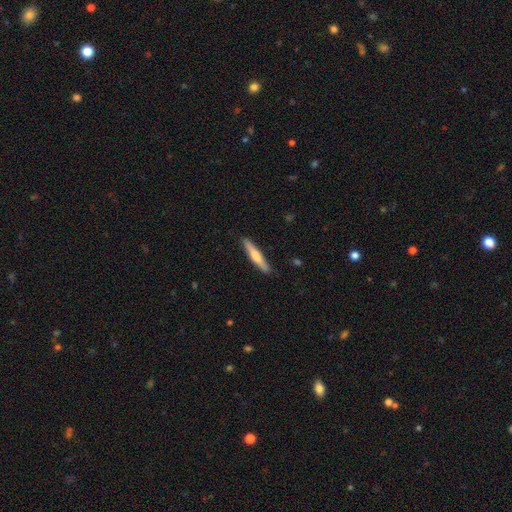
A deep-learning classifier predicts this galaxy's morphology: smooth 54%, featured or disk 41%, star or artifact 5%. Down the decision tree: how rounded — cigar-shaped (92%); merging — none (89%).